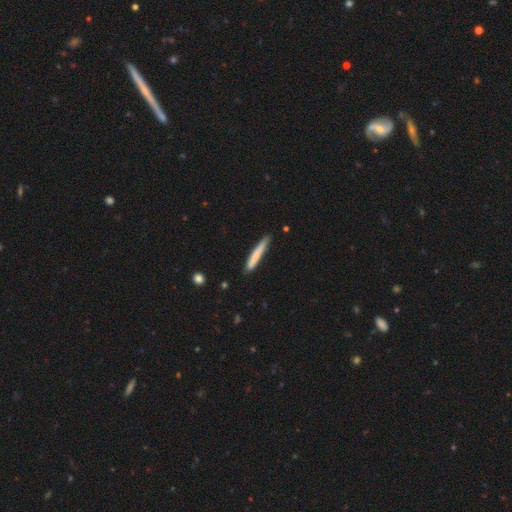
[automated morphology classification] Smooth or featured? Predicted: smooth (p=0.70). How rounded? Predicted: cigar-shaped (p=0.94). Merging? Predicted: none (p=0.79).